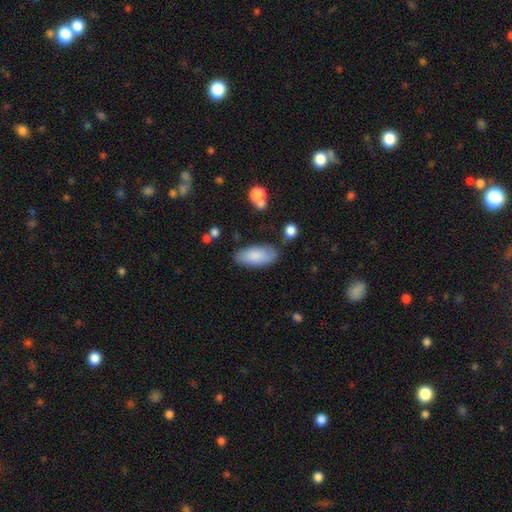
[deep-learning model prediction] Q: Smooth or featured?
A: smooth (82%); runner-up: featured or disk (12%)
Q: How rounded?
A: in between (87%); runner-up: cigar-shaped (11%)
Q: Merging?
A: none (75%); runner-up: minor disturbance (18%)